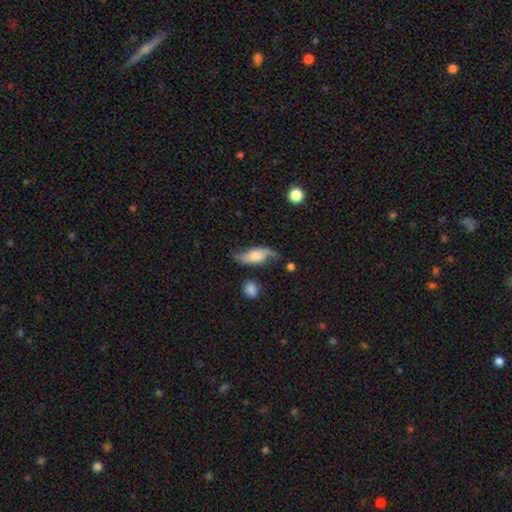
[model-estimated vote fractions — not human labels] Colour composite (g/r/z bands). It shows a featured or disk galaxy (68%) with no bar (63%), 2 (91%) loose (84%) spiral arms (93%) and a moderate central bulge (28%). Merging: none (65%).